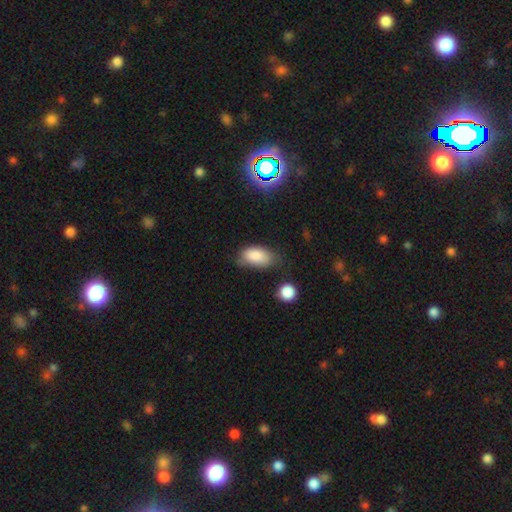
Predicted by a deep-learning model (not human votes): The model was most divided on "merging": none: 55%, minor disturbance: 32%, major disturbance: 9%, merger: 5%. More confident: how rounded — in between (93%); smooth or featured — smooth (85%).